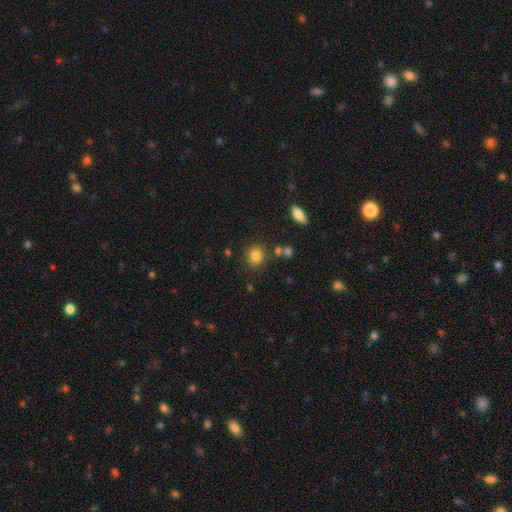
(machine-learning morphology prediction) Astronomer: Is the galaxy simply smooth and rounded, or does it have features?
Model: smooth — 83%.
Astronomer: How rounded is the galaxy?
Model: round — 81%.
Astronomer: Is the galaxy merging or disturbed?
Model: none — 81%.